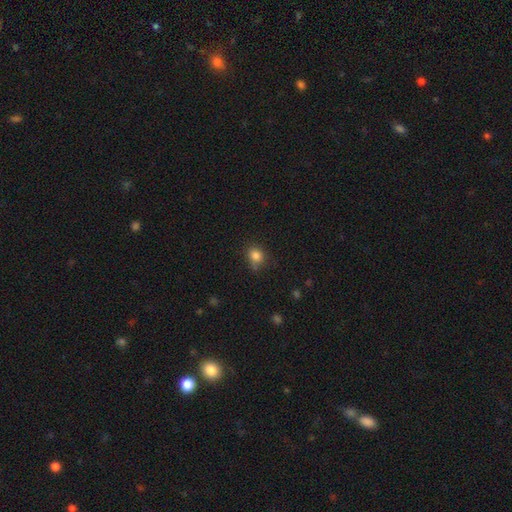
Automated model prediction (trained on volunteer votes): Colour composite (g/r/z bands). It shows a smooth galaxy with no disk features (83%) that is round (65%). Merging: none (71%).